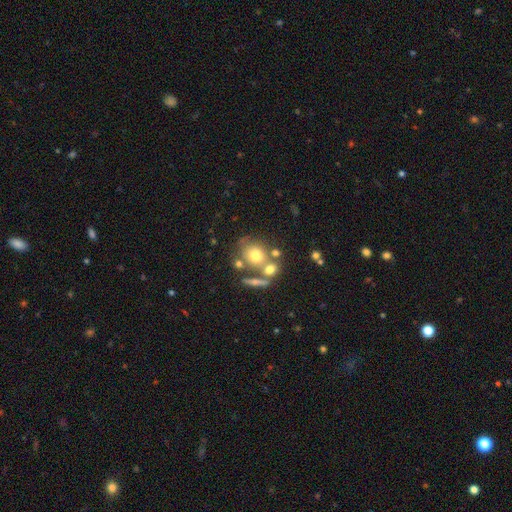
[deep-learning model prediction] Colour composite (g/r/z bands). It shows a smooth galaxy with no disk features (65%) that is round (65%). Merging: none (48%).